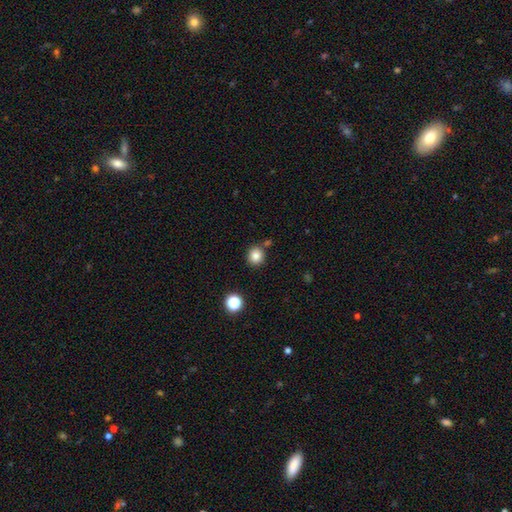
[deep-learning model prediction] The model was most divided on "smooth or featured": smooth: 83%, star or artifact: 12%, featured or disk: 6%. More confident: how rounded — round (88%); merging — none (82%).